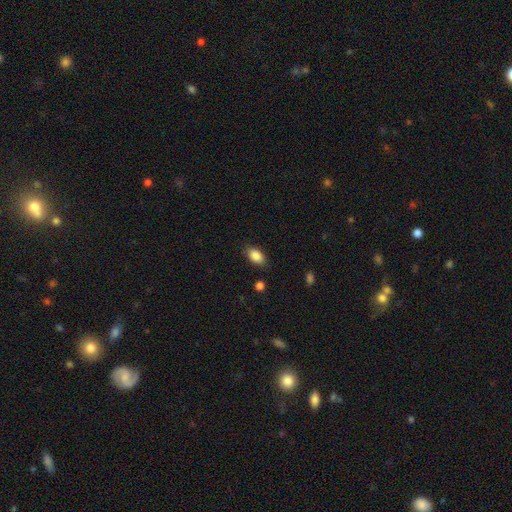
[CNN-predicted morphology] The model was most divided on "merging": none: 83%, minor disturbance: 12%, major disturbance: 3%, merger: 2%. More confident: how rounded — in between (90%); smooth or featured — smooth (87%).